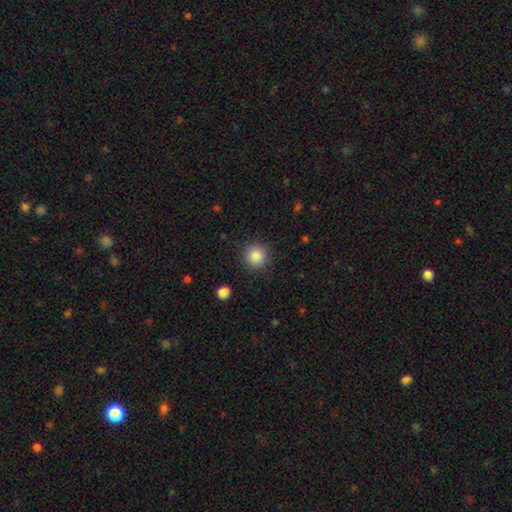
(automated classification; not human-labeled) smooth-or-featured: smooth: 86% | star or artifact: 10% | featured or disk: 4%
  how-rounded: round: 94% | in between: 5% | cigar-shaped: 1%
  merging: none: 90% | minor disturbance: 6% | major disturbance: 2% | merger: 1%